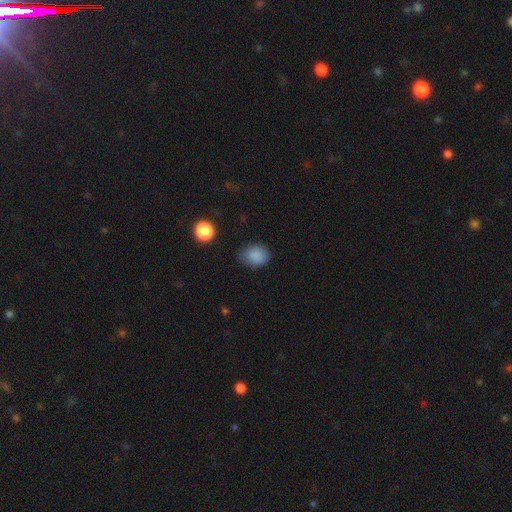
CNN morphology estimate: Q: Smooth or featured?
A: smooth (86%); runner-up: star or artifact (9%)
Q: How rounded?
A: in between (50%); runner-up: round (49%)
Q: Merging?
A: none (70%); runner-up: minor disturbance (23%)